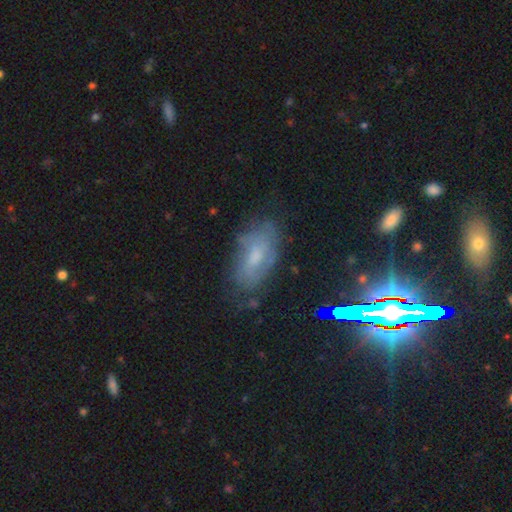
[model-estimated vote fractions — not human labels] Morphology: type=featured or disk (46%); merging=none (66%).